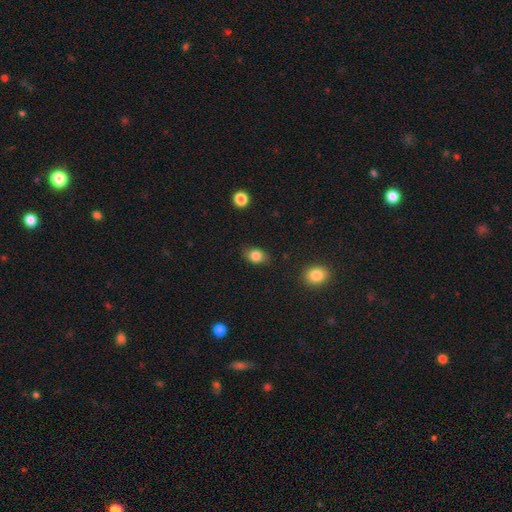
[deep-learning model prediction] Q: Smooth or featured?
A: smooth (83%); runner-up: star or artifact (10%)
Q: How rounded?
A: in between (62%); runner-up: round (36%)
Q: Merging?
A: none (82%); runner-up: minor disturbance (14%)